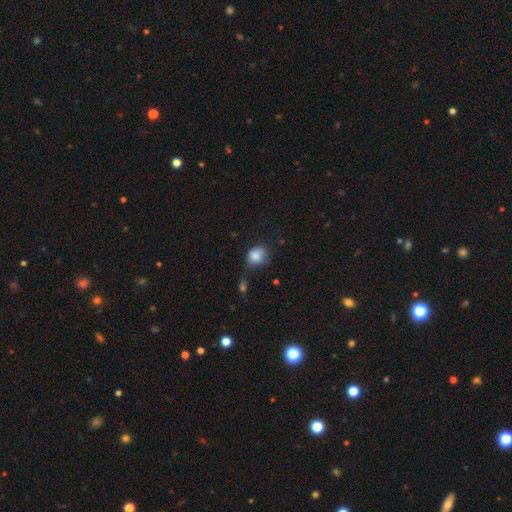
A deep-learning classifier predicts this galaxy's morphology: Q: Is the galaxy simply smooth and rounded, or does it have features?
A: smooth — 84%.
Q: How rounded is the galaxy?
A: round — 54%.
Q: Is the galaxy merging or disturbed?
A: none — 56%.